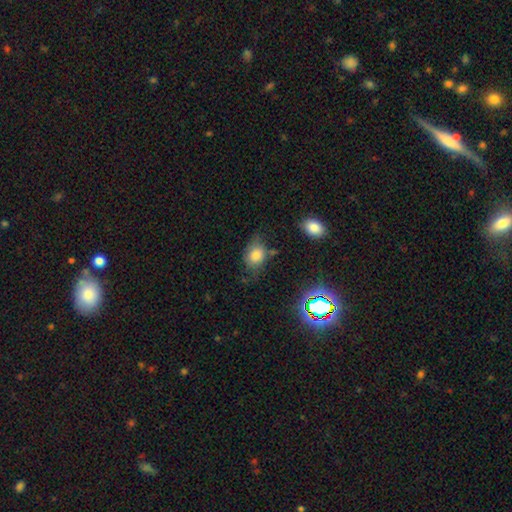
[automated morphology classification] A smooth galaxy with no disk features (77%) that is in between round and cigar-shaped (62%).

Vote fractions:
- Smooth or featured? smooth: 77% / star or artifact: 12% / featured or disk: 11%
- How rounded? in between: 62% / round: 37% / cigar-shaped: 1%
- Merging? none: 56% / minor disturbance: 29% / major disturbance: 10% / merger: 5%